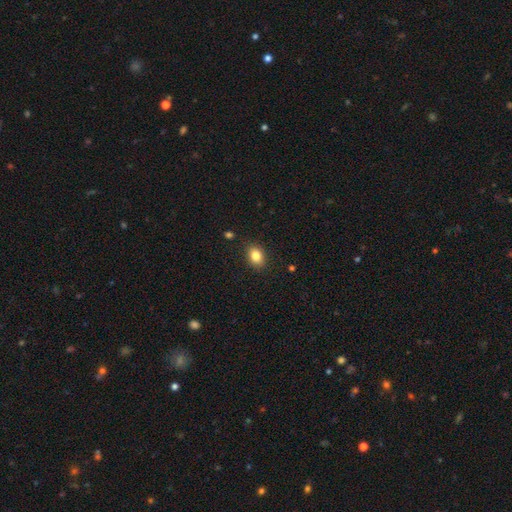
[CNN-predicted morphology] Smooth or featured?
  - smooth: 84% *
  - star or artifact: 10%
  - featured or disk: 7%
How rounded?
  - in between: 66% *
  - round: 33%
  - cigar-shaped: 1%
Merging?
  - none: 87% *
  - minor disturbance: 9%
  - major disturbance: 2%
  - merger: 1%